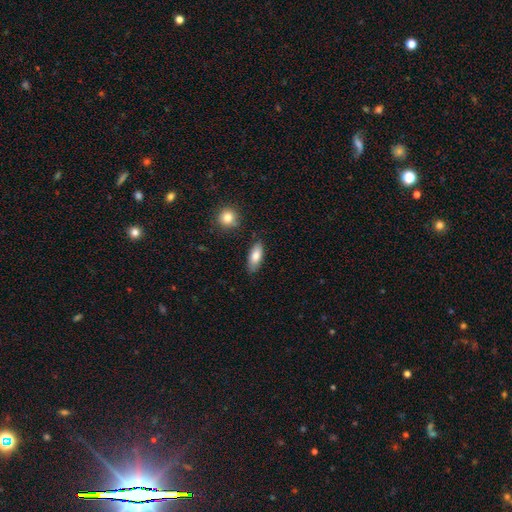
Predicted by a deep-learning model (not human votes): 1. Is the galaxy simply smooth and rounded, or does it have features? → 81% smooth, 13% featured or disk, 7% star or artifact.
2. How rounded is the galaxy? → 81% in between, 16% cigar-shaped, 3% round.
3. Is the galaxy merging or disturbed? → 81% none, 13% minor disturbance, 3% merger, 3% major disturbance.